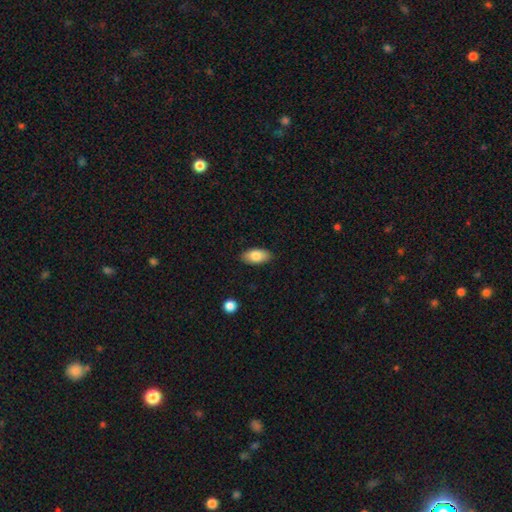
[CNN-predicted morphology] Smooth or featured?
  - smooth: 83% *
  - featured or disk: 10%
  - star or artifact: 7%
How rounded?
  - in between: 93% *
  - cigar-shaped: 4%
  - round: 3%
Merging?
  - none: 88% *
  - minor disturbance: 9%
  - major disturbance: 2%
  - merger: 1%